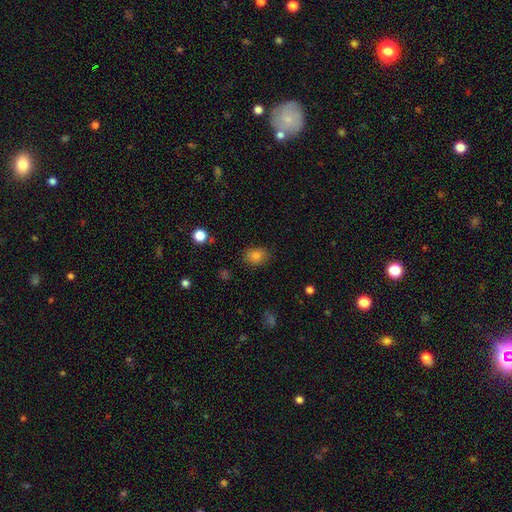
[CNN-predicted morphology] type=smooth (82%); roundness=in between (58%); merging=none (83%).